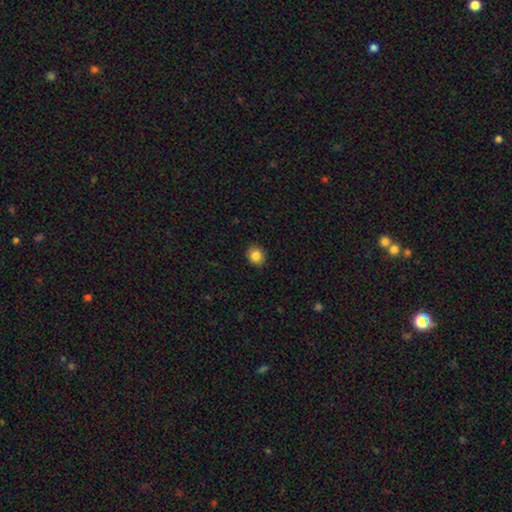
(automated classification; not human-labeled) Smooth or featured: smooth — 85% (star or artifact — 10%)
How rounded: round — 74% (in between — 25%)
Merging: none — 89% (minor disturbance — 8%)